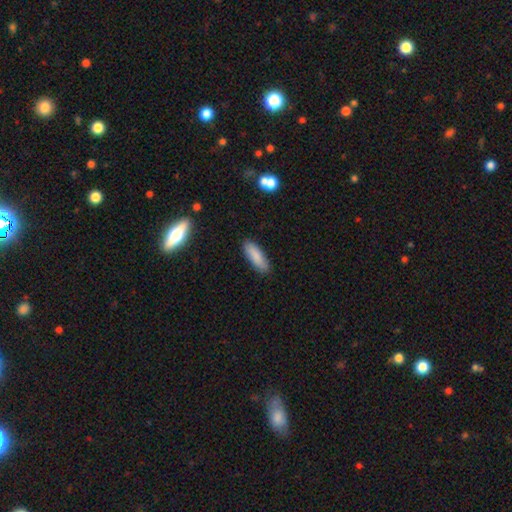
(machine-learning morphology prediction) smooth 86%, featured or disk 8%, star or artifact 7%. Down the decision tree: how rounded — in between (58%); merging — none (87%).